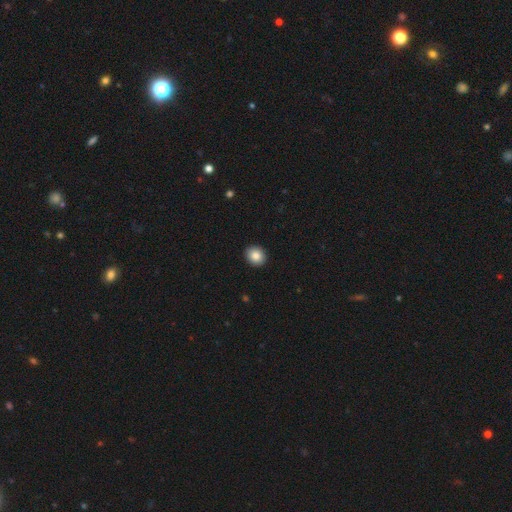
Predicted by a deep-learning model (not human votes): Overall: smooth (86%). How rounded: round (73%). Merging: none (92%).